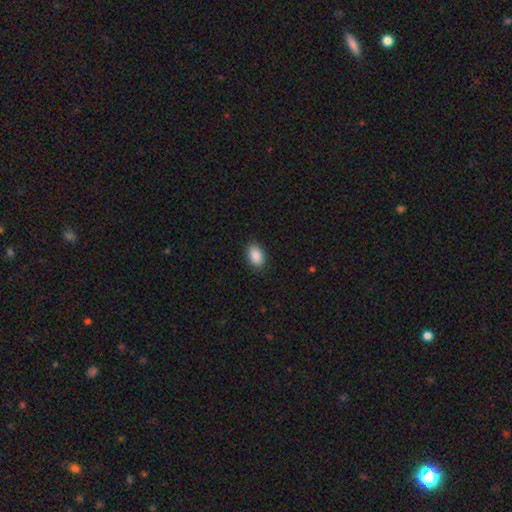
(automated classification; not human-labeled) smooth-or-featured: smooth: 89% | star or artifact: 7% | featured or disk: 3%
  how-rounded: in between: 88% | round: 11% | cigar-shaped: 1%
  merging: none: 88% | minor disturbance: 9% | major disturbance: 2% | merger: 1%